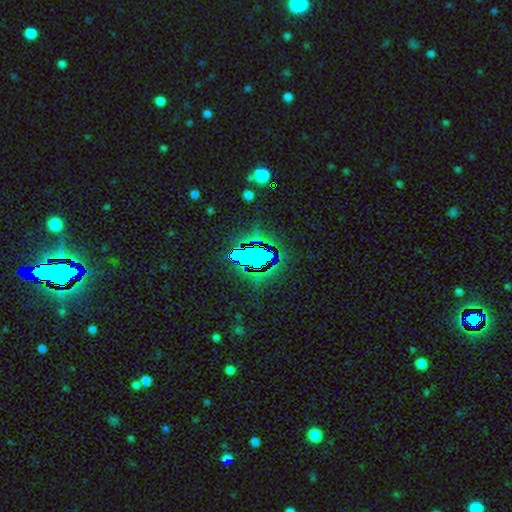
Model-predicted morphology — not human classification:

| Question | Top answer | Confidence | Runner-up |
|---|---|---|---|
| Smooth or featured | star or artifact | 66% | smooth (22%) |